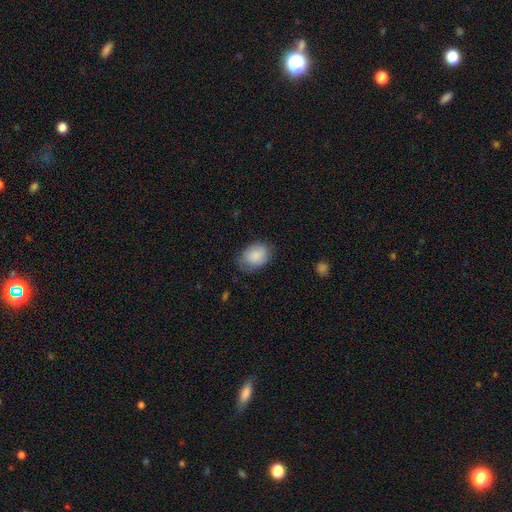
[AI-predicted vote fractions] Morphology: type=smooth (86%); roundness=in between (68%); merging=none (70%).